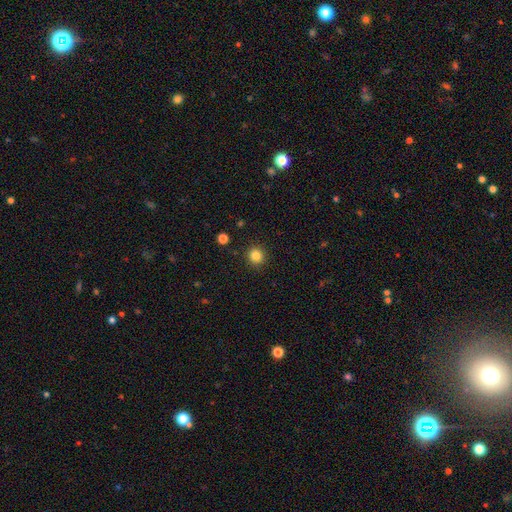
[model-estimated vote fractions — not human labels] The model was most divided on "smooth or featured": smooth: 84%, star or artifact: 12%, featured or disk: 5%. More confident: merging — none (91%); how rounded — round (89%).